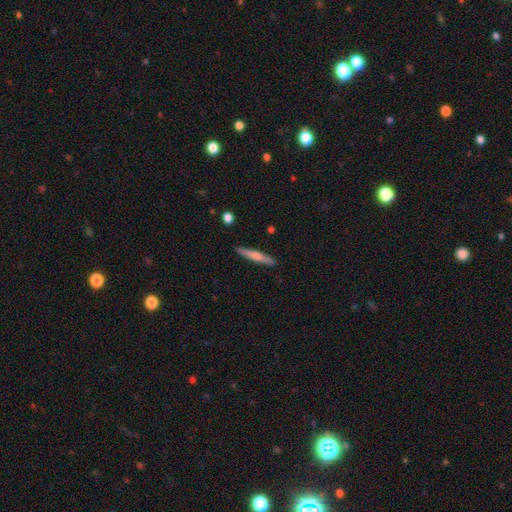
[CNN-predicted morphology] Smooth or featured? Predicted: smooth (p=0.57). How rounded? Predicted: cigar-shaped (p=0.94). Merging? Predicted: none (p=0.90).